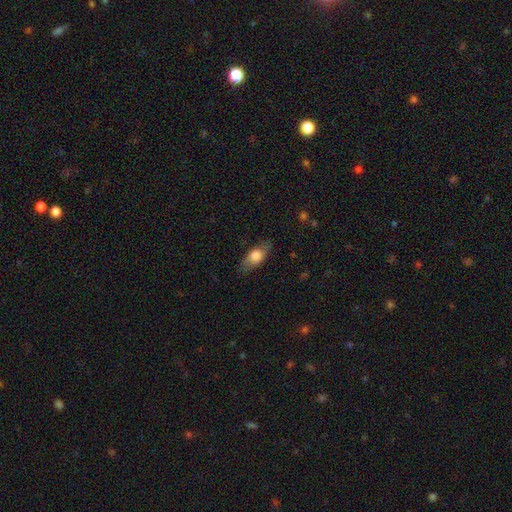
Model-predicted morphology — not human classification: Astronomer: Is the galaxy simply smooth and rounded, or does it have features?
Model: smooth — 67%.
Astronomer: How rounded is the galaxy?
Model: in between — 78%.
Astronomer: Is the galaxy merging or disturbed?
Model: none — 78%.